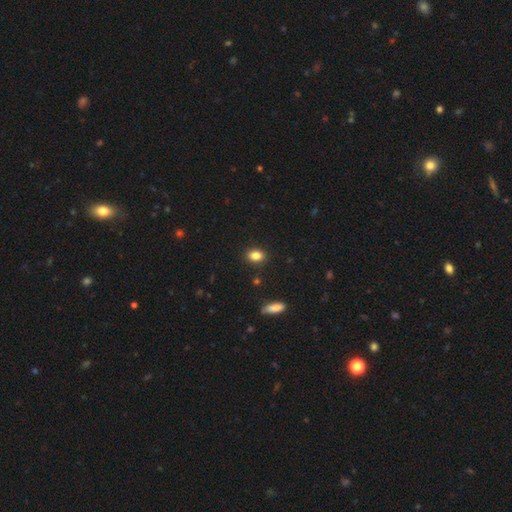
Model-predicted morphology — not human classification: Overall: smooth (85%). How rounded: in between (75%). Merging: none (88%).